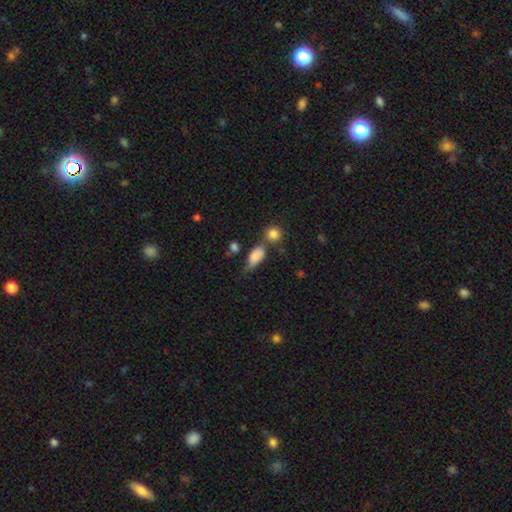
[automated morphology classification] smooth-or-featured: smooth: 81% | featured or disk: 11% | star or artifact: 8%
  how-rounded: in between: 83% | cigar-shaped: 8% | round: 8%
  merging: none: 36% | minor disturbance: 29% | merger: 21% | major disturbance: 14%